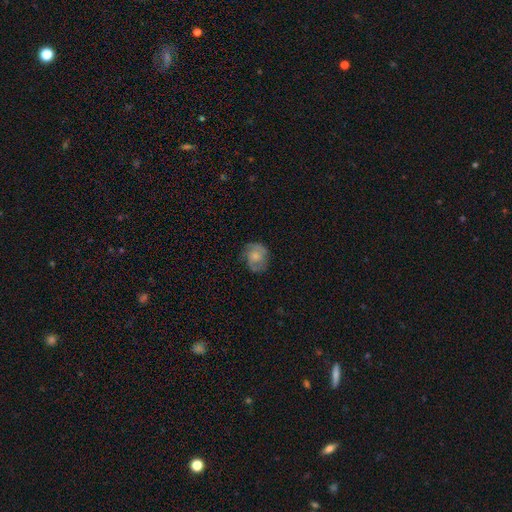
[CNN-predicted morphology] This appears to be a featured or disk galaxy (54%) with no bar (74%), spiral arms (82%) and a moderate central bulge (40%). Merging: none (67%).